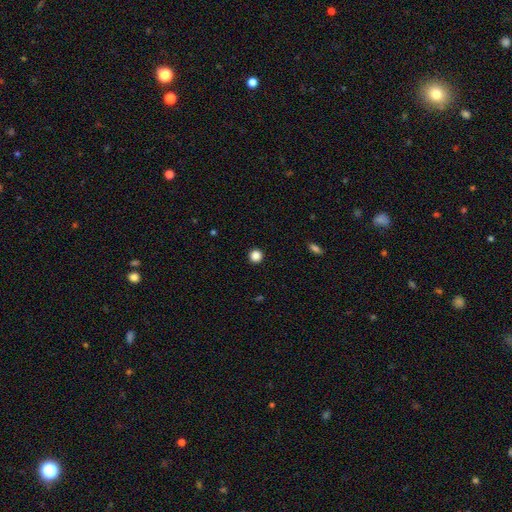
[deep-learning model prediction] Smooth or featured: smooth — 86% (star or artifact — 11%)
How rounded: round — 95% (in between — 4%)
Merging: none — 93% (minor disturbance — 4%)